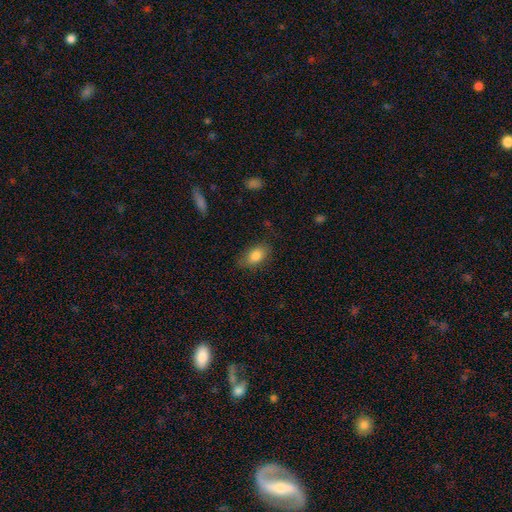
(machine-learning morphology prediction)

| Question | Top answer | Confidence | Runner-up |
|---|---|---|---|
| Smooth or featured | smooth | 82% | featured or disk (10%) |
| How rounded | in between | 88% | round (10%) |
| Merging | none | 78% | minor disturbance (16%) |